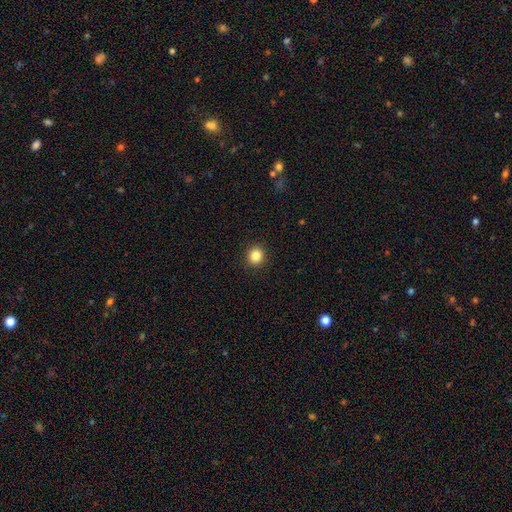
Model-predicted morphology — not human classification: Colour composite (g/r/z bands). It shows a smooth galaxy with no disk features (85%) that is round (88%). Merging: none (92%).